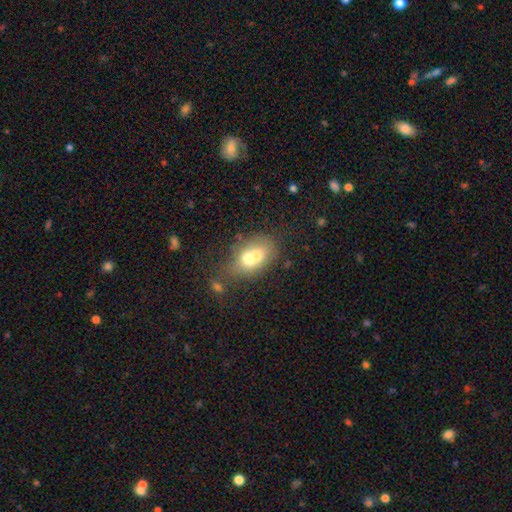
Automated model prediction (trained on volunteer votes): Morphology: type=smooth (62%); roundness=in between (62%); merging=merger (63%).